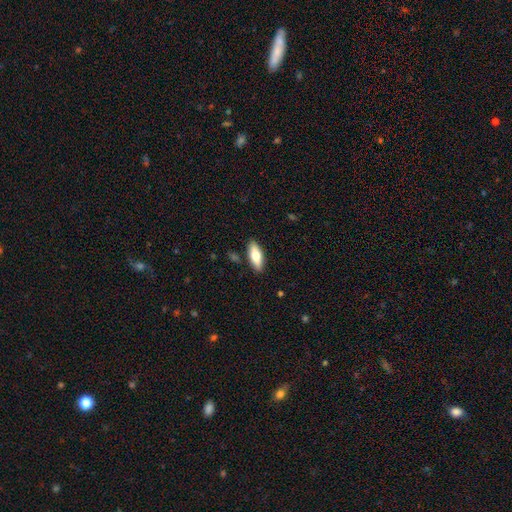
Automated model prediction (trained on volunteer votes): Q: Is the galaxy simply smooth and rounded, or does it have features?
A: smooth — 70%.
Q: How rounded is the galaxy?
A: in between — 66%.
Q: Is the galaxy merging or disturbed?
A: none — 87%.